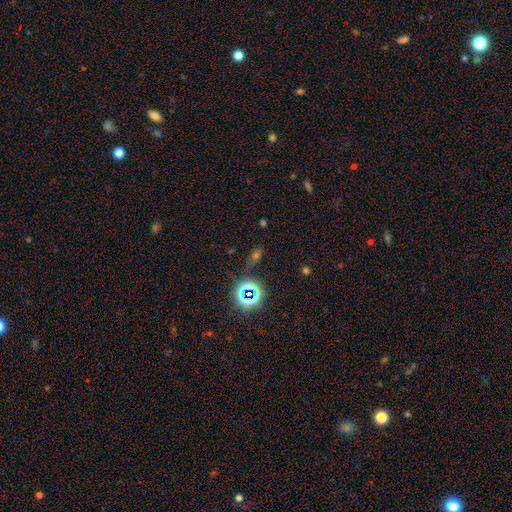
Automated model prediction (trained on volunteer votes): Q: Smooth or featured?
A: star or artifact (58%); runner-up: smooth (31%)